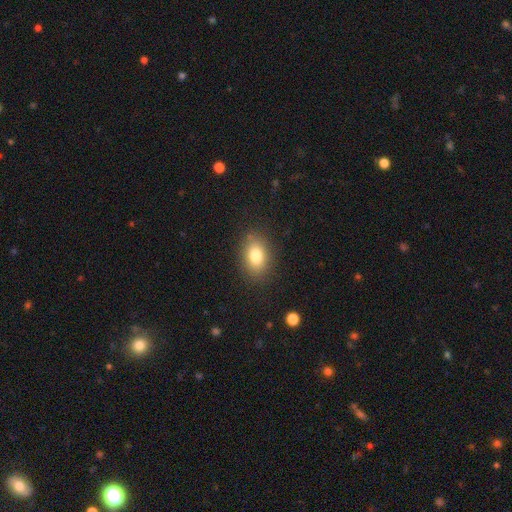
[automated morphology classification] The model was most divided on "how rounded": in between: 83%, round: 16%, cigar-shaped: 2%. More confident: merging — none (85%); smooth or featured — smooth (81%).